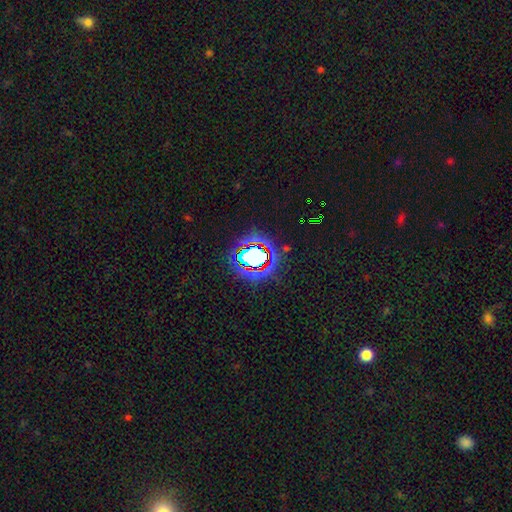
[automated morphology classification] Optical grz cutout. It shows a star or artifact, not a galaxy (65%).